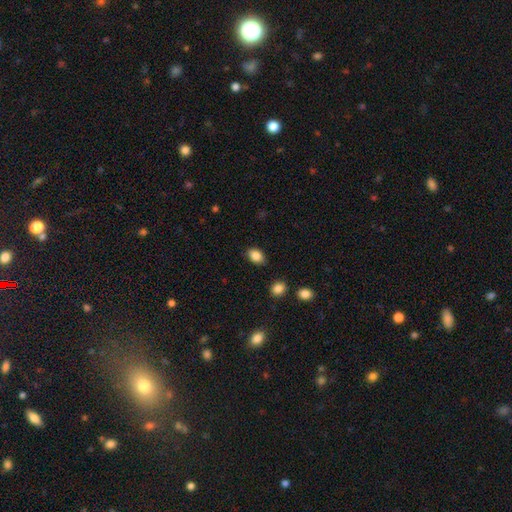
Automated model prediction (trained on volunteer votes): This is clearly a smooth galaxy (86%). How rounded: clearly in between (82%). Merging: clearly none (84%).